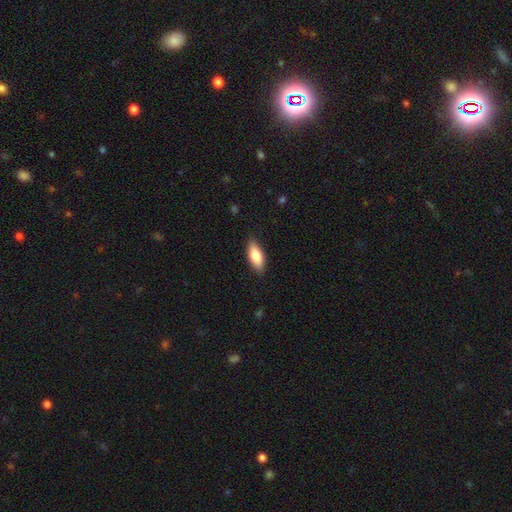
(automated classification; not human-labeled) This appears to be a smooth galaxy with no disk features (81%) that is in between round and cigar-shaped (81%). Merging: none (84%).